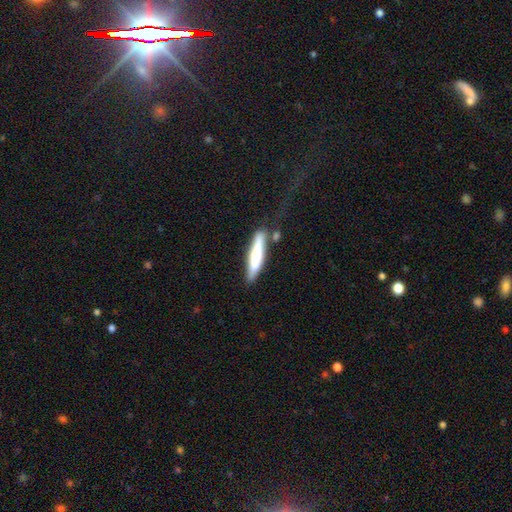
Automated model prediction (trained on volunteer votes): Smooth or featured? Predicted: smooth (p=0.60). How rounded? Predicted: cigar-shaped (p=0.86). Merging? Predicted: none (p=0.68).